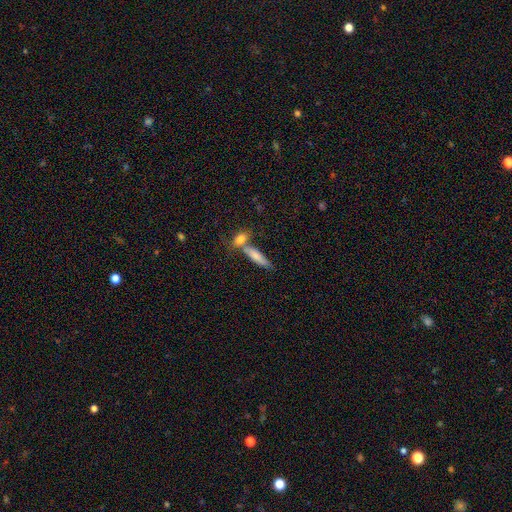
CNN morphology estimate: Smooth or featured?
  - smooth: 73% *
  - featured or disk: 20%
  - star or artifact: 7%
How rounded?
  - cigar-shaped: 66% *
  - in between: 31%
  - round: 3%
Merging?
  - none: 51% *
  - merger: 34%
  - minor disturbance: 11%
  - major disturbance: 4%